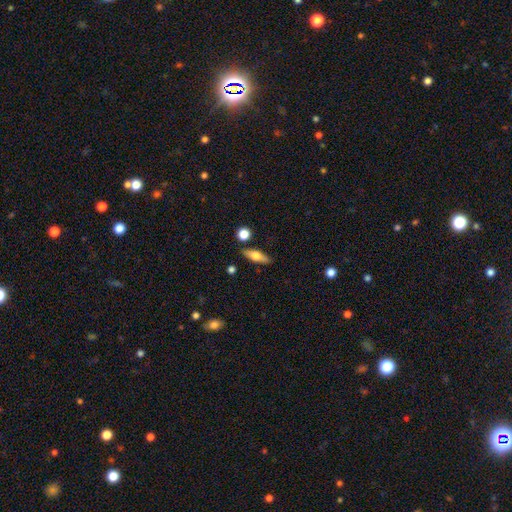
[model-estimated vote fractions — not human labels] Smooth or featured? smooth (51%)
How rounded? cigar-shaped (49%)
Merging? none (84%)